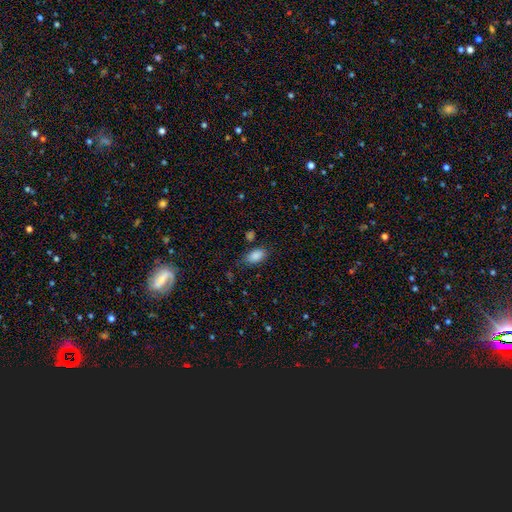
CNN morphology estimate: Smooth or featured?
  - smooth: 87% *
  - star or artifact: 8%
  - featured or disk: 5%
How rounded?
  - in between: 92% *
  - round: 6%
  - cigar-shaped: 3%
Merging?
  - none: 73% *
  - minor disturbance: 19%
  - major disturbance: 5%
  - merger: 4%